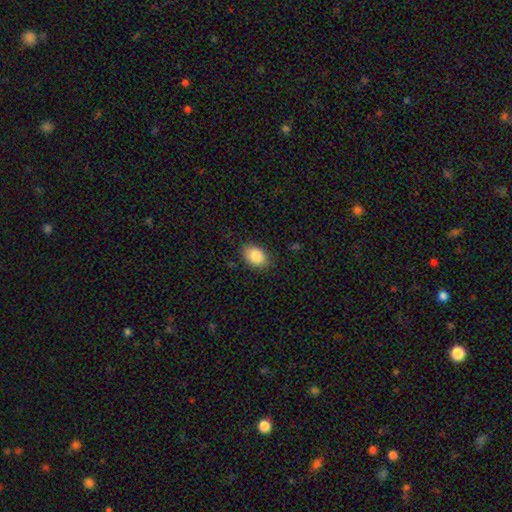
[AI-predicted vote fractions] This appears to be a smooth galaxy with no disk features (86%) that is in between round and cigar-shaped (80%). Merging: none (84%).